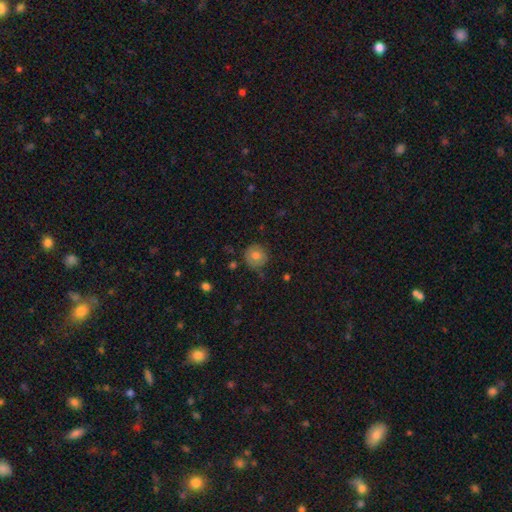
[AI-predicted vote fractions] This is likely a smooth galaxy (75%). How rounded: clearly round (92%). Merging: likely none (79%).